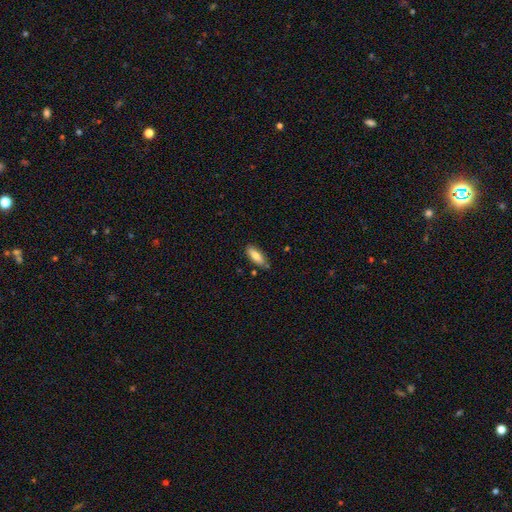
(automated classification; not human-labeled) Smooth or featured?
  - smooth: 81% *
  - featured or disk: 13%
  - star or artifact: 6%
How rounded?
  - in between: 65% *
  - cigar-shaped: 34%
  - round: 2%
Merging?
  - none: 78% *
  - minor disturbance: 16%
  - merger: 4%
  - major disturbance: 3%